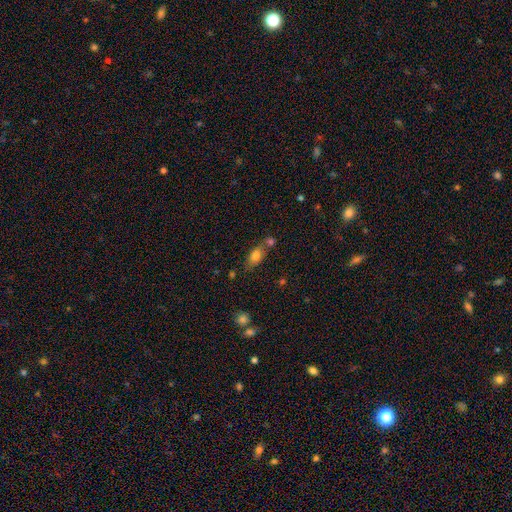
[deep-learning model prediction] Q: Smooth or featured?
A: smooth (78%); runner-up: featured or disk (13%)
Q: How rounded?
A: in between (81%); runner-up: round (11%)
Q: Merging?
A: none (53%); runner-up: merger (28%)